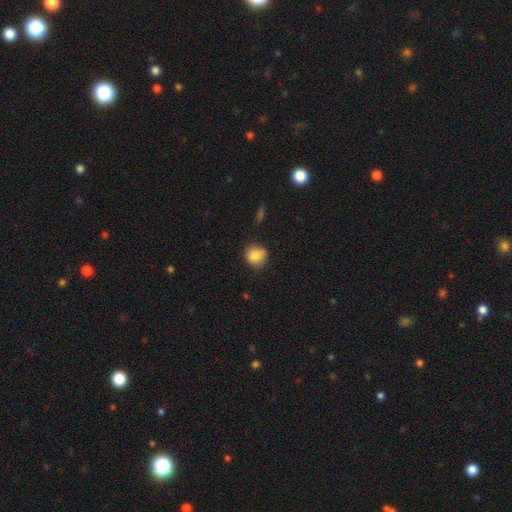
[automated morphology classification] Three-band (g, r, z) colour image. It shows a smooth galaxy with no disk features (88%) that is round (86%). Merging: none (80%).